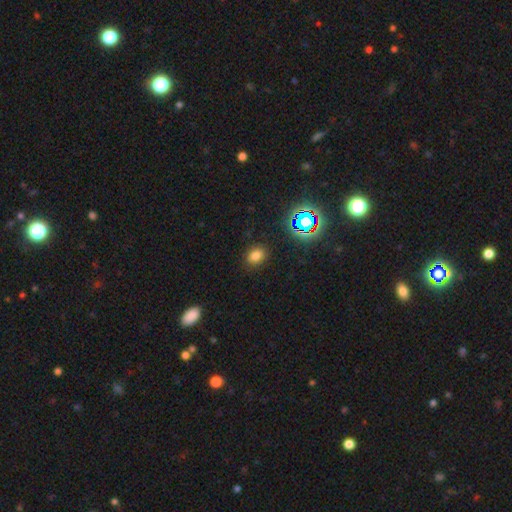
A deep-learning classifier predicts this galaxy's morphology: This is likely a smooth galaxy (73%). How rounded: likely in between (61%). Merging: clearly none (87%).